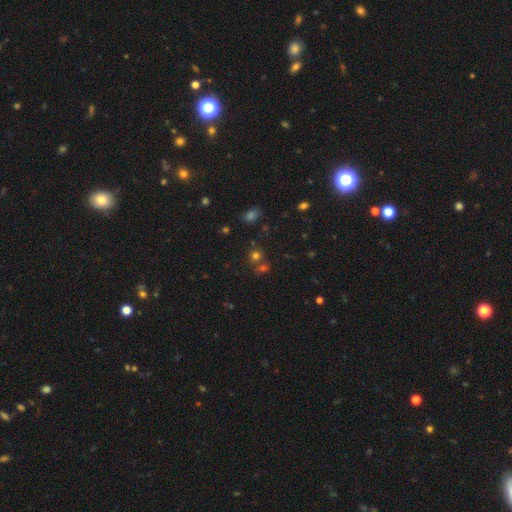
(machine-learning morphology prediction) smooth-or-featured: smooth: 62% | star or artifact: 28% | featured or disk: 9%
  how-rounded: round: 86% | in between: 13% | cigar-shaped: 1%
  merging: none: 61% | merger: 27% | minor disturbance: 8% | major disturbance: 4%